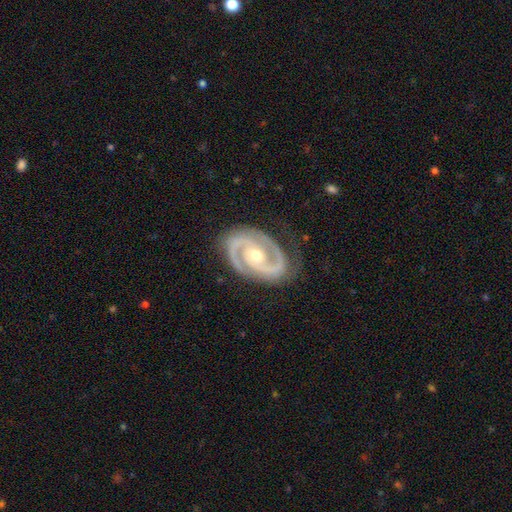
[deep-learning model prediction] smooth-or-featured: featured or disk: 94% | star or artifact: 3% | smooth: 3%
  disk-edge-on: no: 98% | yes: 2%
    bar: no: 51% | weak: 30% | strong: 19%
    has-spiral-arms: yes: 98% | no: 2%
      spiral-winding: tight: 56% | medium: 39% | loose: 5%
      spiral-arm-count: 2: 93% | 3: 2% | can't tell: 2% | 1: 1% | 4: 1% | more than 4: 1%
    bulge-size: moderate: 63% | small: 33% | large: 2% | none: 1% | dominant: 1%
  merging: none: 84% | minor disturbance: 12% | major disturbance: 3% | merger: 1%